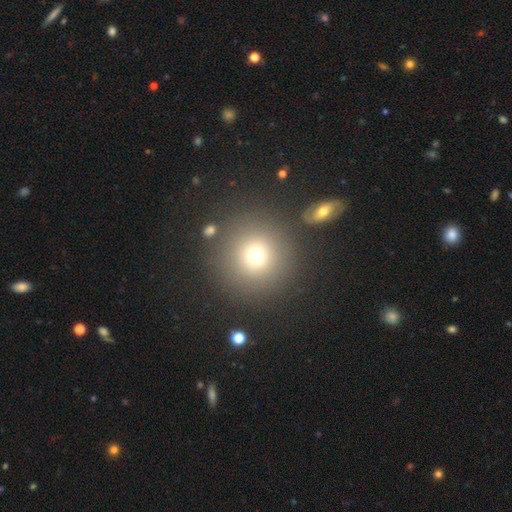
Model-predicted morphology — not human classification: Smooth or featured: smooth — 73% (star or artifact — 16%)
How rounded: round — 94% (in between — 5%)
Merging: none — 84% (minor disturbance — 7%)